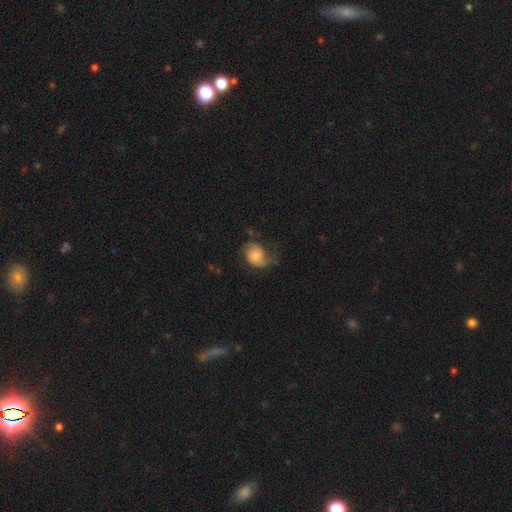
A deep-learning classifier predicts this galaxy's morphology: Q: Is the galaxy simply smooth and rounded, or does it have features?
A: featured or disk — 54%.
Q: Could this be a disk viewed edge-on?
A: no — 97%.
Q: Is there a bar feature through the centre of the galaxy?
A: no — 75%.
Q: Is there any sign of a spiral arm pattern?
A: yes — 85%.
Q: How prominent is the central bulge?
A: moderate — 47%.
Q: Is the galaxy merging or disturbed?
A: none — 45%.